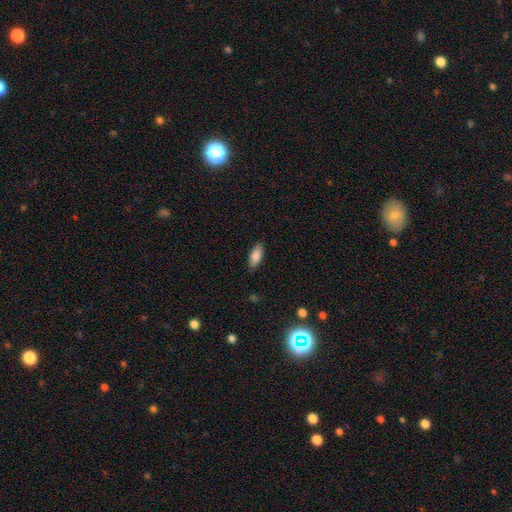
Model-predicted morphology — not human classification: This is clearly a smooth galaxy (84%). How rounded: likely in between (79%). Merging: clearly none (87%).